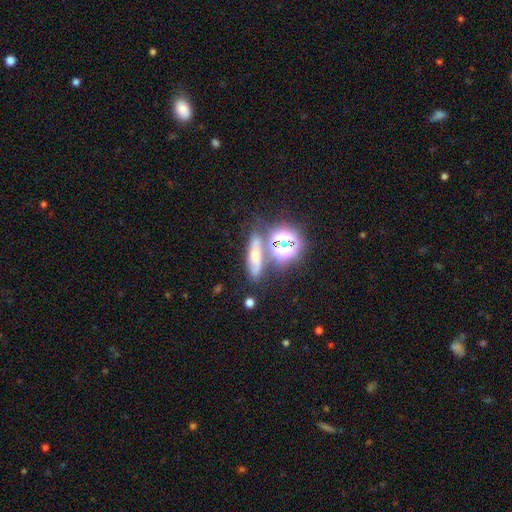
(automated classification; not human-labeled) Smooth or featured? smooth (40%)
Merging? none (56%)